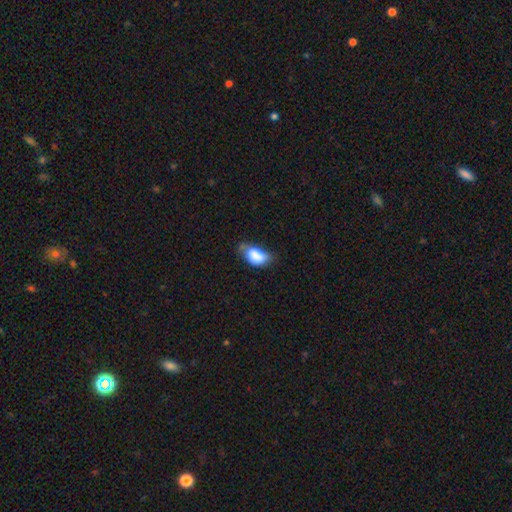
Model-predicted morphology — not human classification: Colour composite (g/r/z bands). It shows a smooth galaxy with no disk features (81%) that is in between round and cigar-shaped (90%). Merging: minor disturbance (43%).